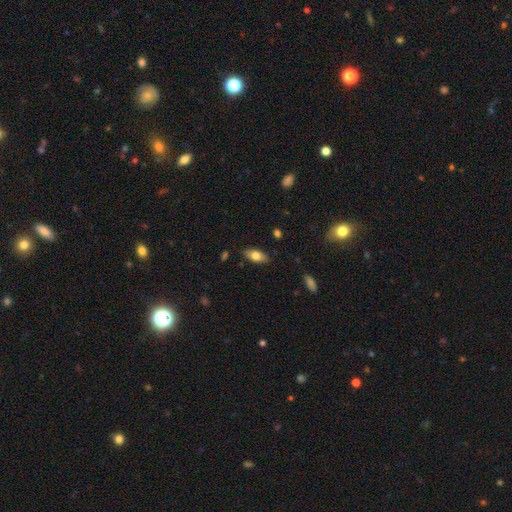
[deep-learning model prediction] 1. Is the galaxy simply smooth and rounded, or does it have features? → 75% smooth, 18% featured or disk, 7% star or artifact.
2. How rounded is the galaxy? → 88% in between, 9% cigar-shaped, 3% round.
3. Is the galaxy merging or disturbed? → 85% none, 11% minor disturbance, 2% major disturbance, 1% merger.